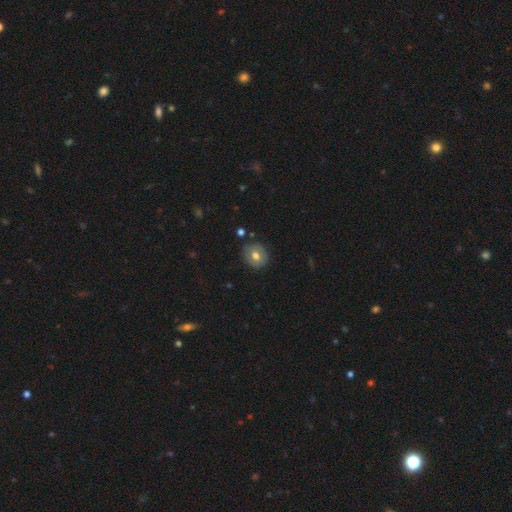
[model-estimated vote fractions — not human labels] Smooth or featured? Predicted: smooth (p=0.66). How rounded? Predicted: round (p=0.77). Merging? Predicted: none (p=0.86).